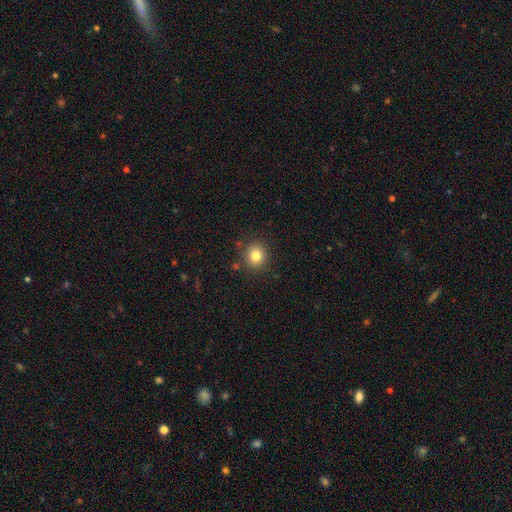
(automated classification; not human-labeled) Smooth or featured? smooth (81%)
How rounded? round (87%)
Merging? none (86%)